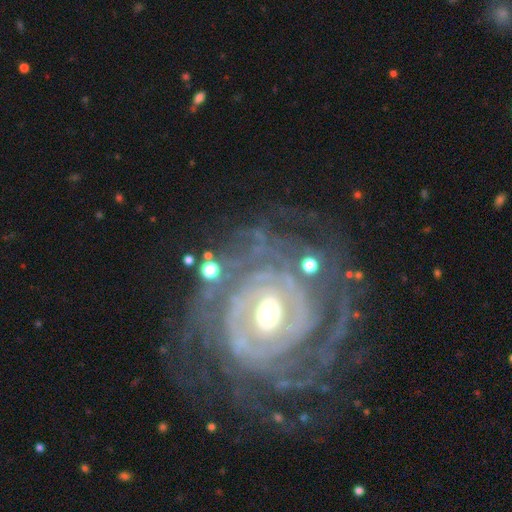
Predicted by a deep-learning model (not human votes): A featured or disk galaxy (89%) with a weak bar (38%), tight (79%) spiral arms (95%) and a moderate central bulge (63%).

Vote fractions:
- Smooth or featured? featured or disk: 89% / star or artifact: 6% / smooth: 5%
- Edge-on disk? no: 97% / yes: 3%
- Bar? weak: 38% / strong: 31% / no: 31%
- Spiral arms? yes: 95% / no: 5%
- Spiral winding? tight: 79% / medium: 17% / loose: 4%
- Spiral arm count? can't tell: 30% / more than 4: 19% / 4: 16% / 2: 14% / 3: 14% / 1: 7%
- Bulge size? moderate: 63% / small: 26% / large: 9% / dominant: 1% / none: 1%
- Merging? none: 71% / minor disturbance: 15% / major disturbance: 12% / merger: 3%